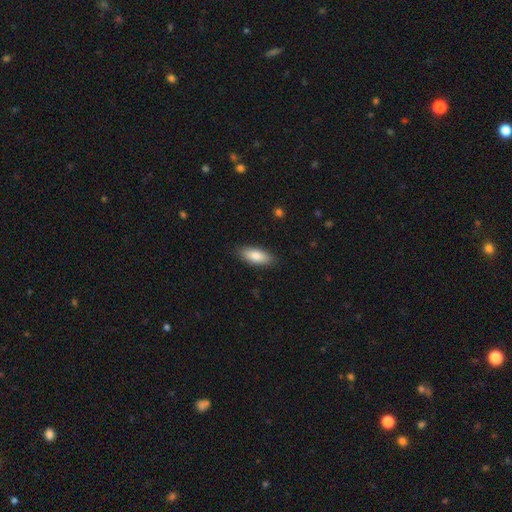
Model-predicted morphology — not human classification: smooth 84%, featured or disk 10%, star or artifact 6%. Down the decision tree: how rounded — in between (79%); merging — none (87%).